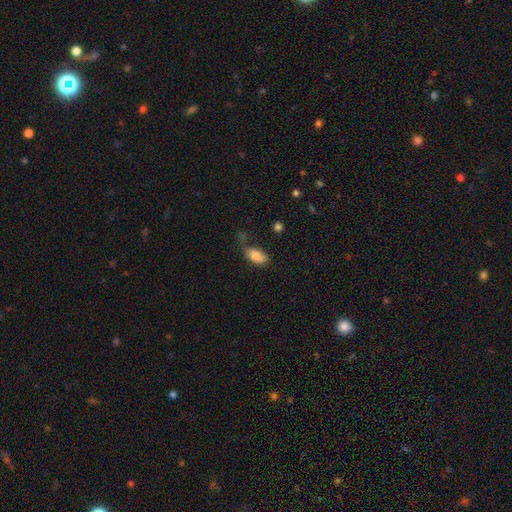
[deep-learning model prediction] A smooth galaxy with no disk features (84%) that is in between round and cigar-shaped (92%).

Vote fractions:
- Smooth or featured? smooth: 84% / featured or disk: 8% / star or artifact: 8%
- How rounded? in between: 92% / cigar-shaped: 4% / round: 4%
- Merging? none: 56% / minor disturbance: 29% / major disturbance: 9% / merger: 6%